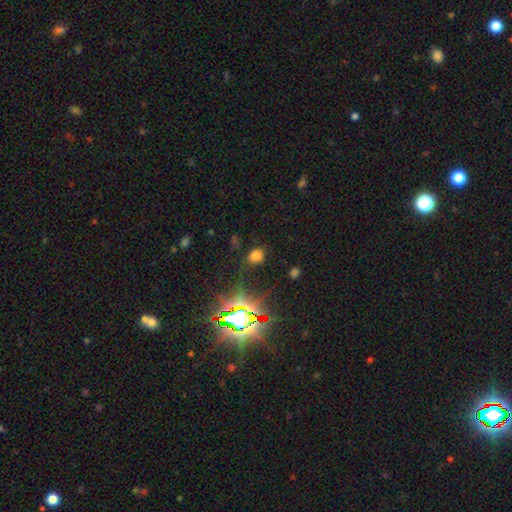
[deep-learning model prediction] This appears to be a smooth galaxy with no disk features (59%) that is round (52%). Merging: none (72%).